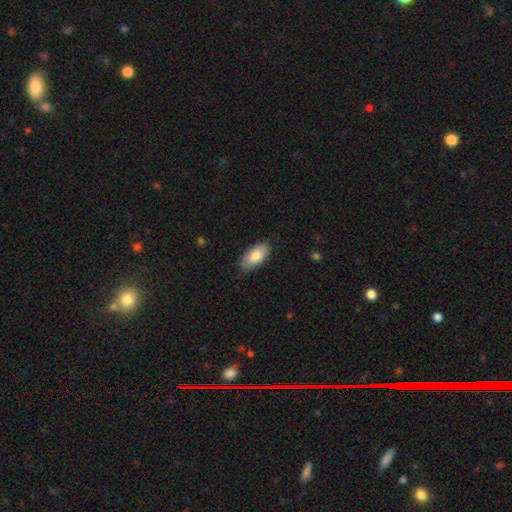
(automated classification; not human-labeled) Q: Smooth or featured?
A: smooth (84%); runner-up: featured or disk (11%)
Q: How rounded?
A: in between (93%); runner-up: cigar-shaped (5%)
Q: Merging?
A: none (83%); runner-up: minor disturbance (14%)